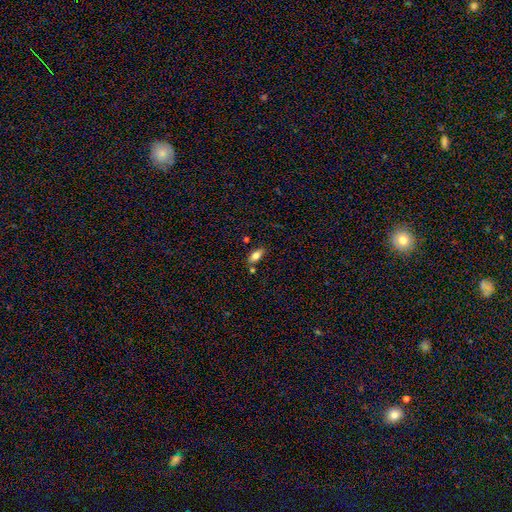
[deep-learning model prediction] This appears to be a smooth galaxy with no disk features (76%) that is in between round and cigar-shaped (85%). Merging: none (77%).